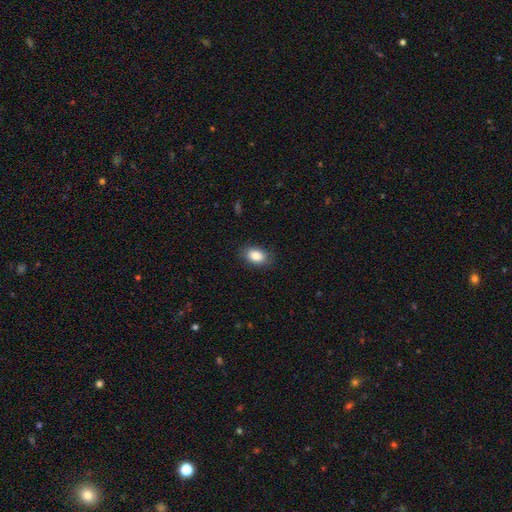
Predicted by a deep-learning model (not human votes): This appears to be a smooth galaxy with no disk features (87%) that is in between round and cigar-shaped (89%). Merging: none (83%).